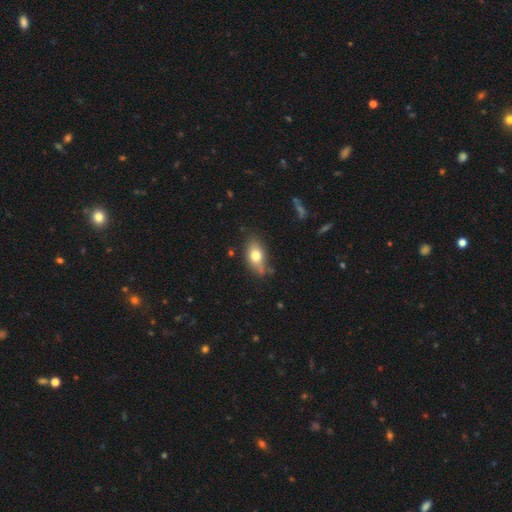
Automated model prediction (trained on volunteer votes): The model was most divided on "merging": none: 66%, minor disturbance: 23%, major disturbance: 5%, merger: 5%. More confident: how rounded — in between (85%); smooth or featured — smooth (74%).